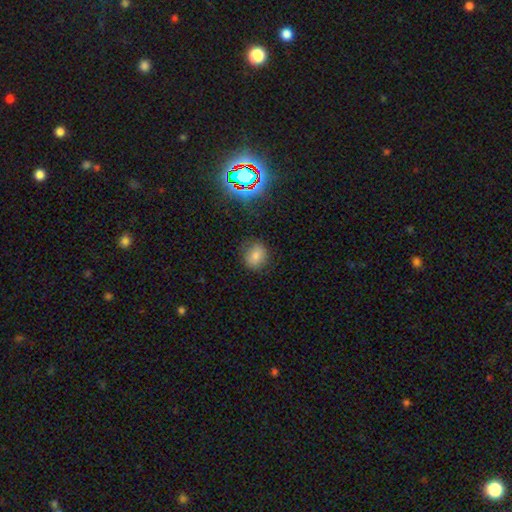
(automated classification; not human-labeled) The model was most divided on "how rounded": round: 67%, in between: 32%, cigar-shaped: 1%. More confident: merging — none (82%); smooth or featured — smooth (73%).